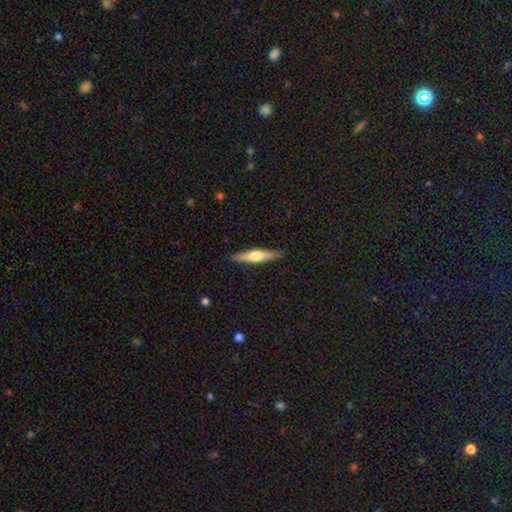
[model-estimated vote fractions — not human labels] A featured or disk galaxy (56%) viewed edge-on (96%) with a rounded central bulge (90%). Merging: none (89%).